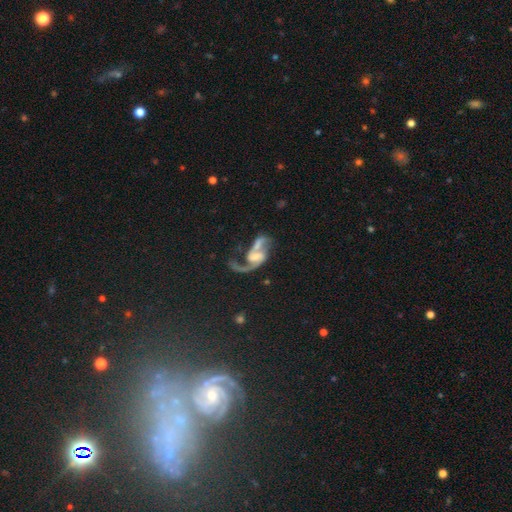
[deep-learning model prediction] Overall: featured or disk (81%). Edge-on disk: no (97%). Bar: weak (42%; no 37%). Spiral arms: yes (90%). Spiral arm count: 2 (73%). Spiral winding: loose (64%; medium 28%). Bulge size: moderate (33%, tied with small). Merging: major disturbance (31%; none 29%).